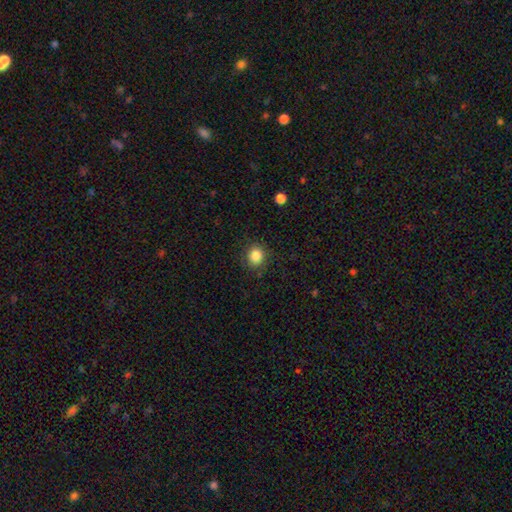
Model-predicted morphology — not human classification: smooth_or_featured: smooth (p=0.85) [alt: star or artifact p=0.10]
how_rounded: round (p=0.83) [alt: in between p=0.17]
merging: none (p=0.87) [alt: minor disturbance p=0.09]